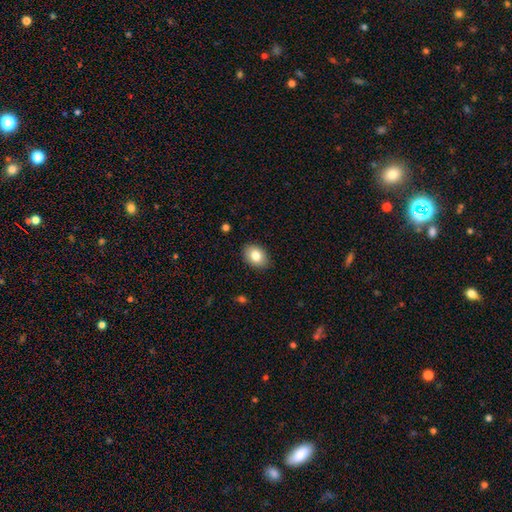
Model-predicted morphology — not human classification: smooth 82%, featured or disk 10%, star or artifact 8%. Down the decision tree: how rounded — in between (75%); merging — none (88%).